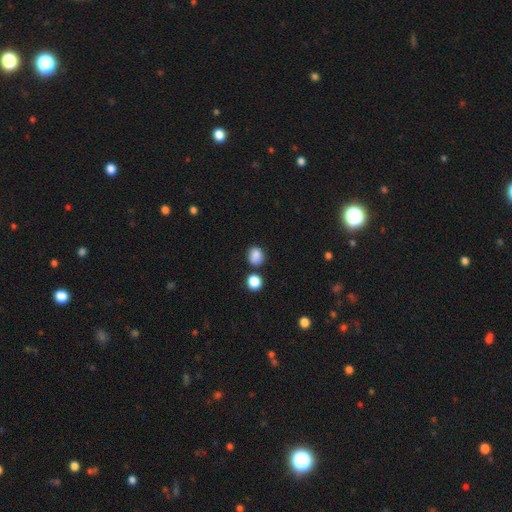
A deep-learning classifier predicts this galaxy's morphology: Smooth or featured? smooth (85%)
How rounded? round (63%)
Merging? none (75%)